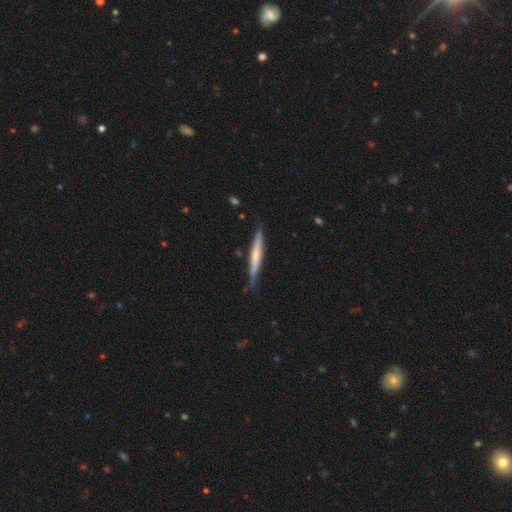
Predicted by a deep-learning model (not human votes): Overall: featured or disk (48%; smooth 47%). Merging: none (83%).